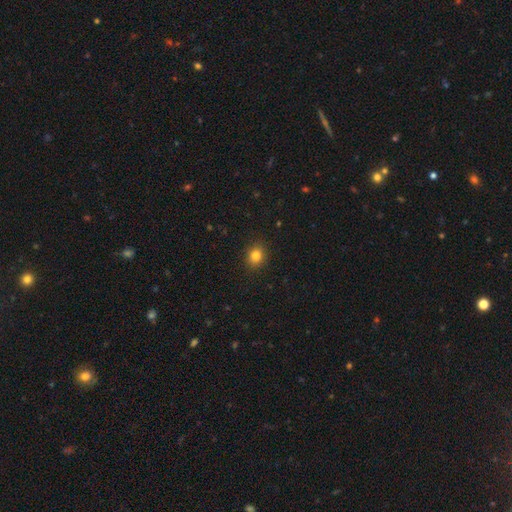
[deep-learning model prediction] This appears to be a smooth galaxy with no disk features (83%) that is round (67%). Merging: none (90%).